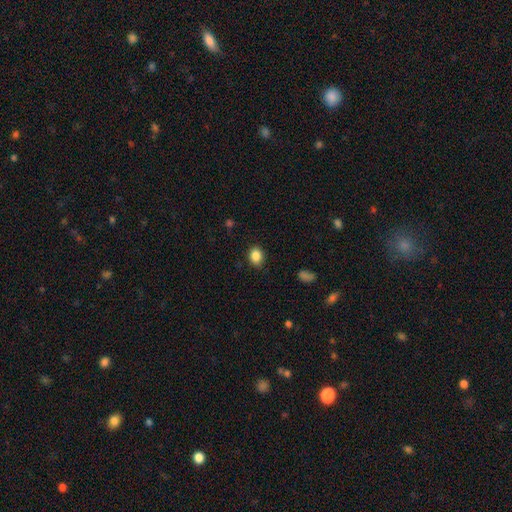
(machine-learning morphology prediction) The model was most divided on "how rounded": in between: 51%, round: 48%, cigar-shaped: 1%. More confident: smooth or featured — smooth (87%); merging — none (85%).